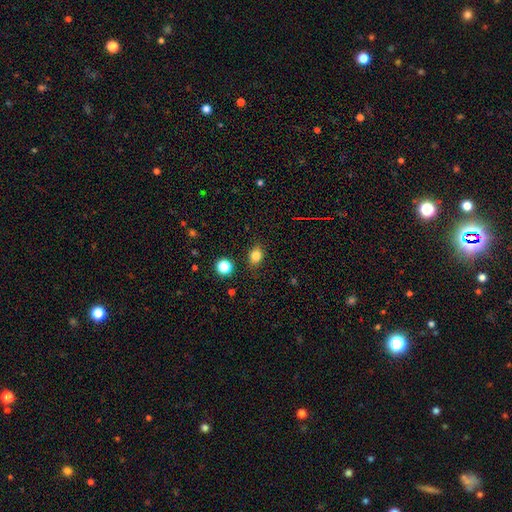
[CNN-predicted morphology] type=smooth (81%); roundness=in between (58%); merging=none (86%).